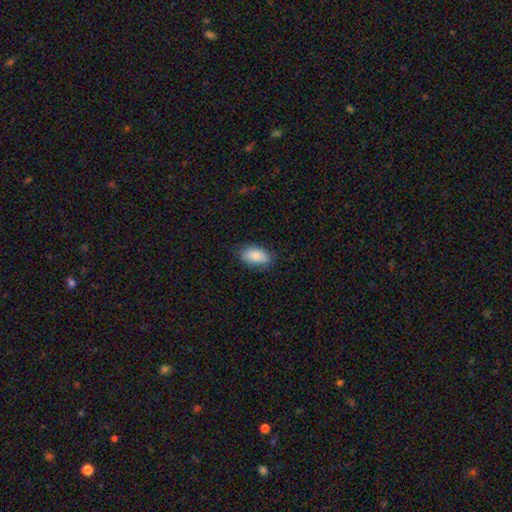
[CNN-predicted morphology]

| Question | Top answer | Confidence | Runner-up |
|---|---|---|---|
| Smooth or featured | smooth | 83% | featured or disk (10%) |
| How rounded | in between | 92% | round (4%) |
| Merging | none | 76% | minor disturbance (19%) |